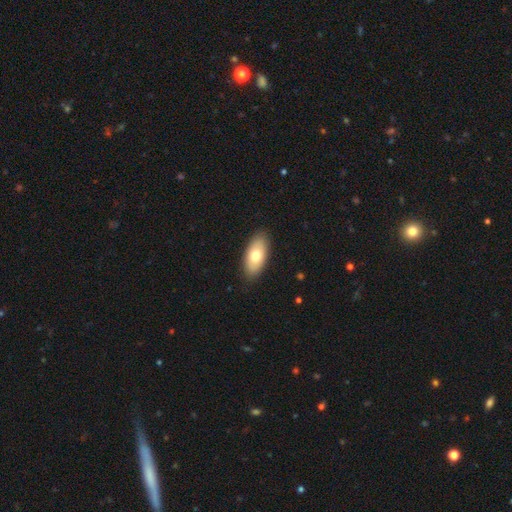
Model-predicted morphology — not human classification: Smooth or featured? Predicted: smooth (p=0.73). How rounded? Predicted: in between (p=0.91). Merging? Predicted: none (p=0.88).